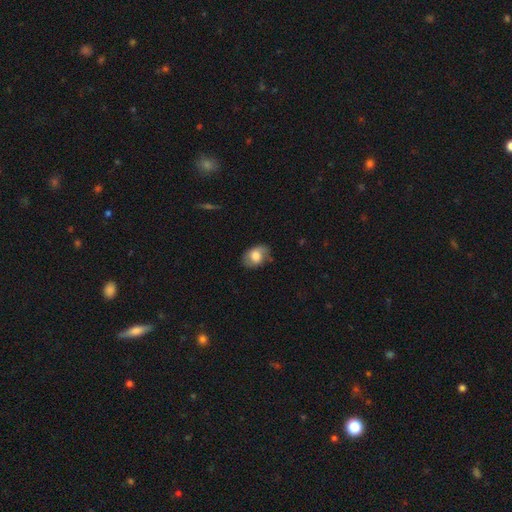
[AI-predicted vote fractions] This is likely a smooth galaxy (64%). How rounded: likely in between (77%). Merging: likely none (68%).